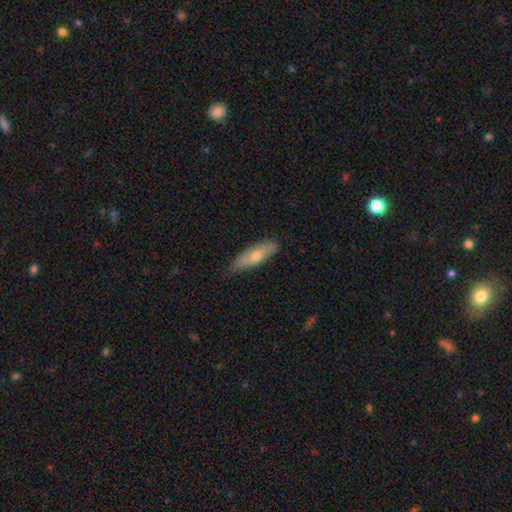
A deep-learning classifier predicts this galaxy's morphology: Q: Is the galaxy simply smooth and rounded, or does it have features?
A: smooth — 62%.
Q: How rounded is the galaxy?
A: cigar-shaped — 57%.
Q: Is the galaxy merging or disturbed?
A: none — 75%.